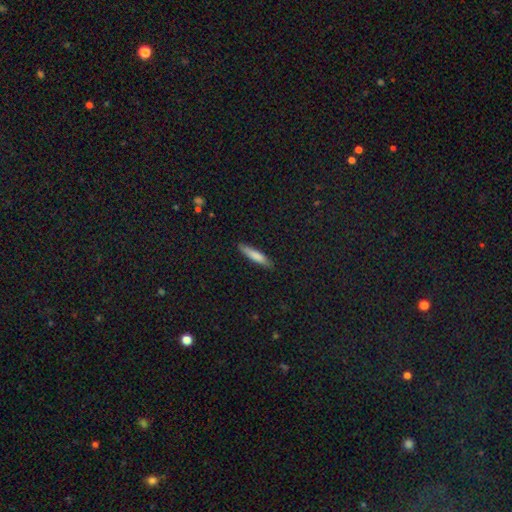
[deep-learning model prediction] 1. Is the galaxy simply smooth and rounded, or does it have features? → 76% smooth, 18% featured or disk, 6% star or artifact.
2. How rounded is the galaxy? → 87% cigar-shaped, 11% in between, 1% round.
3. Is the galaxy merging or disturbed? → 87% none, 10% minor disturbance, 2% major disturbance, 1% merger.